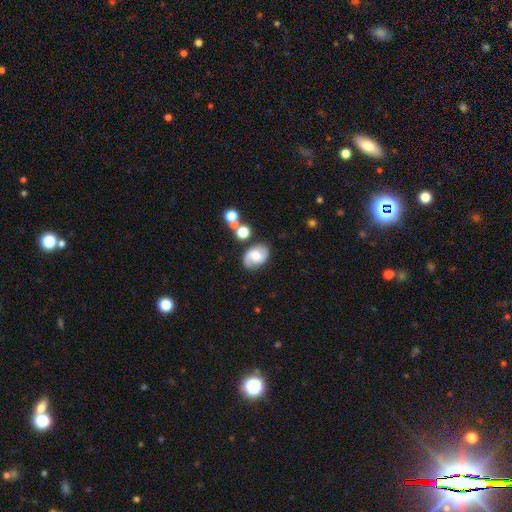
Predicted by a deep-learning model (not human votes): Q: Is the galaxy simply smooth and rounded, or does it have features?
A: featured or disk — 63%.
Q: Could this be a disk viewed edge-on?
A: no — 97%.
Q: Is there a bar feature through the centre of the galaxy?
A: no — 51%.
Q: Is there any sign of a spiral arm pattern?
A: yes — 91%.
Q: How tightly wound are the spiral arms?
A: medium — 46%.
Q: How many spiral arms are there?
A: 2 — 86%.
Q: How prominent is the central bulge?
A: moderate — 46%.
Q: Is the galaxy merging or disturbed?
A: none — 74%.